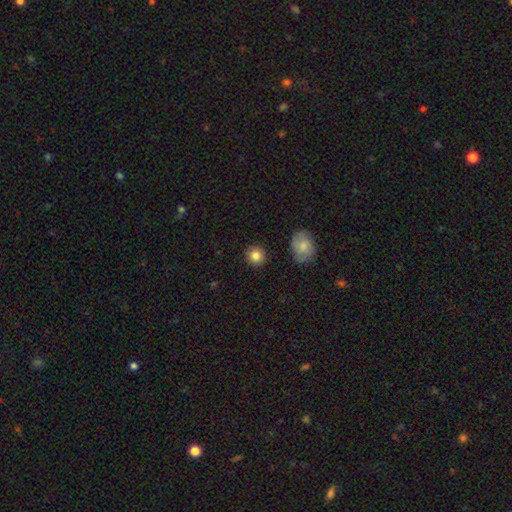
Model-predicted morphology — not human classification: The model was most divided on "smooth or featured": smooth: 85%, star or artifact: 9%, featured or disk: 7%. More confident: how rounded — round (92%); merging — none (90%).